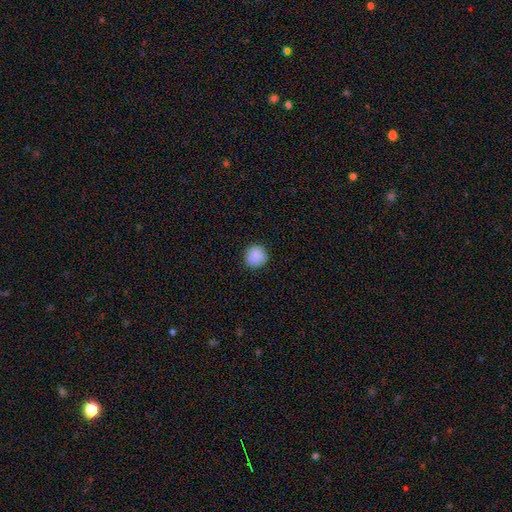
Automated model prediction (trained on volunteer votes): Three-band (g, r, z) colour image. It shows a smooth galaxy with no disk features (87%) that is round (91%). Merging: none (87%).